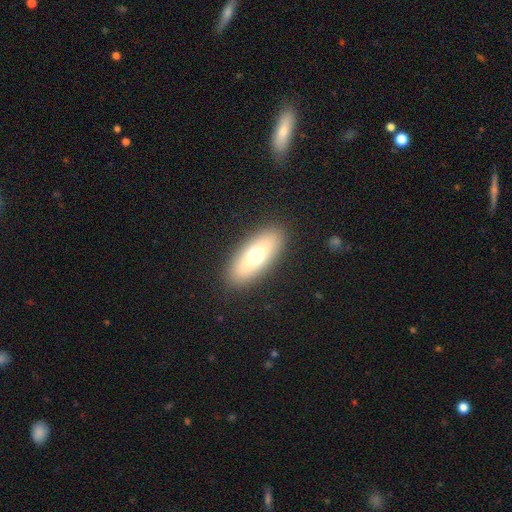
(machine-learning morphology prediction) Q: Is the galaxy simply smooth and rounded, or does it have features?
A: smooth — 66%.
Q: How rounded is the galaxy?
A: in between — 72%.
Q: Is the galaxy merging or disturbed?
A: none — 88%.